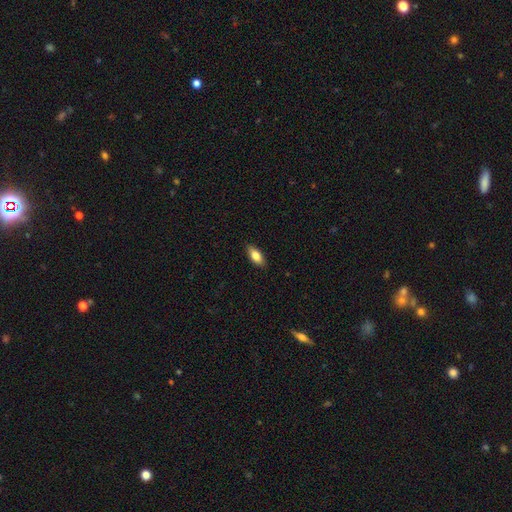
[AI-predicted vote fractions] This is likely a smooth galaxy (79%). How rounded: clearly in between (84%). Merging: clearly none (87%).